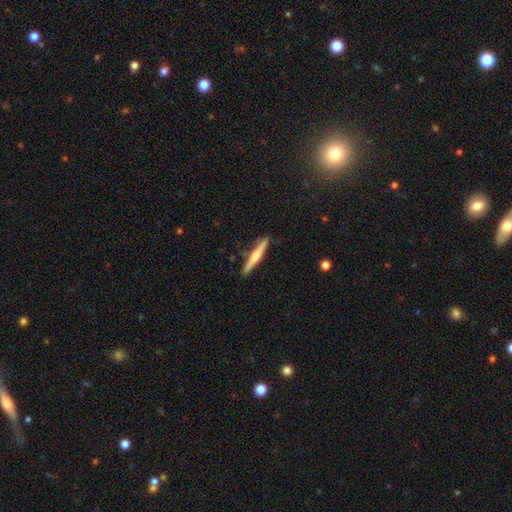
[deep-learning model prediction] Overall: smooth (48%; featured or disk 46%). Merging: none (87%).